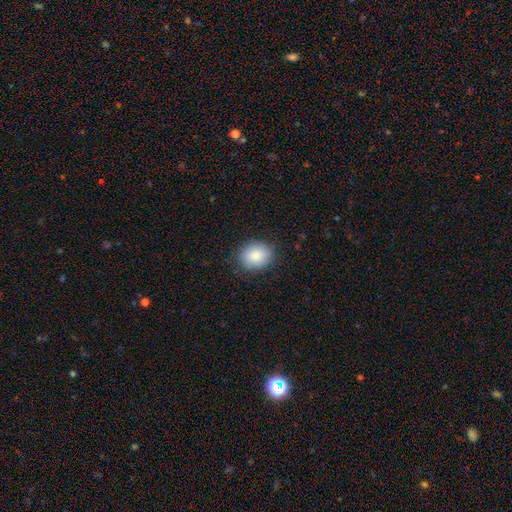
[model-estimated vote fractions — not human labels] Q: Smooth or featured?
A: smooth (86%); runner-up: star or artifact (7%)
Q: How rounded?
A: round (54%); runner-up: in between (45%)
Q: Merging?
A: none (83%); runner-up: minor disturbance (13%)